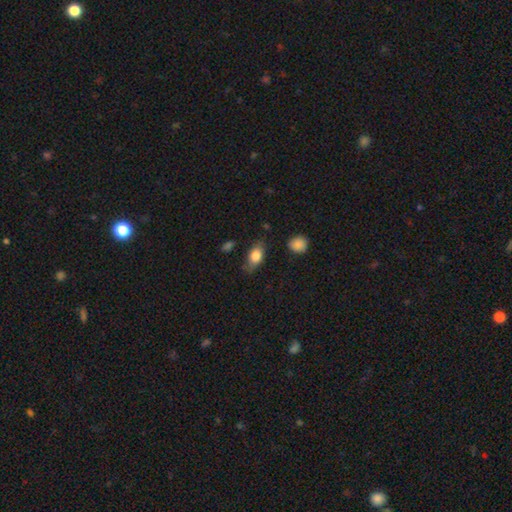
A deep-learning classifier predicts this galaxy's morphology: Overall: smooth (77%). How rounded: in between (82%). Merging: none (72%).